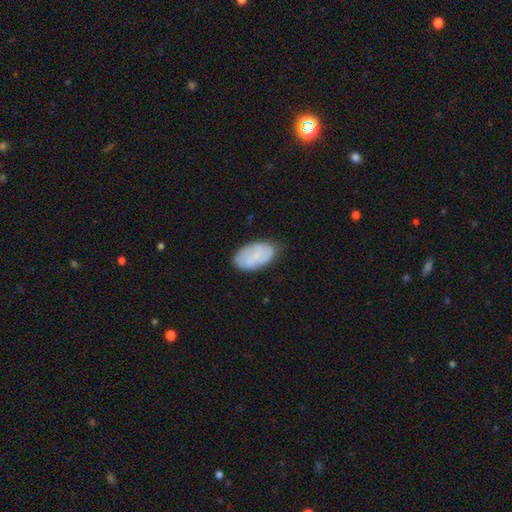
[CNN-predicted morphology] smooth_or_featured: smooth (p=0.58) [alt: featured or disk p=0.35]
how_rounded: in between (p=0.94) [alt: round p=0.04]
merging: none (p=0.75) [alt: minor disturbance p=0.19]